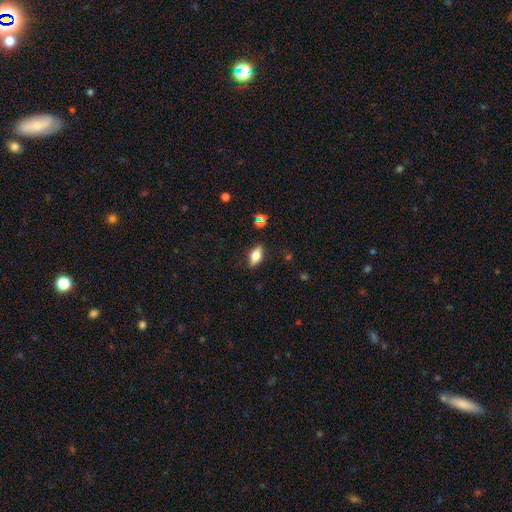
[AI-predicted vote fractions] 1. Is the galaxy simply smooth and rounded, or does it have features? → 66% smooth, 25% featured or disk, 9% star or artifact.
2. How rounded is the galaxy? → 81% in between, 15% cigar-shaped, 5% round.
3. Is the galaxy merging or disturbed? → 85% none, 11% minor disturbance, 3% major disturbance, 2% merger.